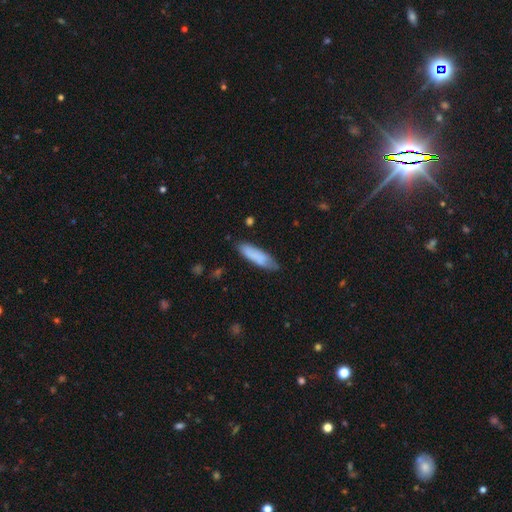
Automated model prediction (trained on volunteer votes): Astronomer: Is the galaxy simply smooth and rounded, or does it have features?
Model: smooth — 81%.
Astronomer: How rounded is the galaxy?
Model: cigar-shaped — 61% (runner-up: in between, 38%).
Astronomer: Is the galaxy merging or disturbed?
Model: none — 73%.